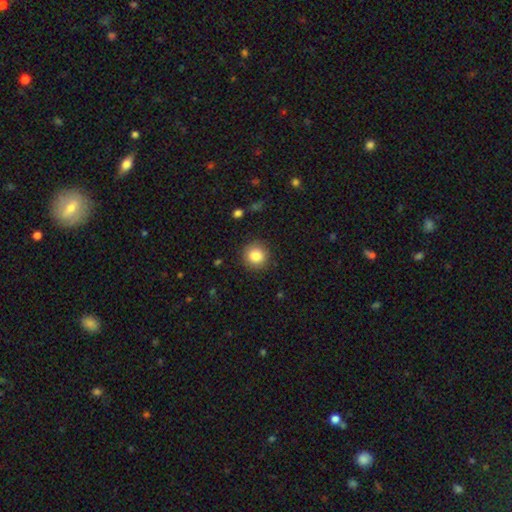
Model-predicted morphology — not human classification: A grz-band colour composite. It shows a smooth galaxy with no disk features (84%) that is round (93%). Merging: none (89%).